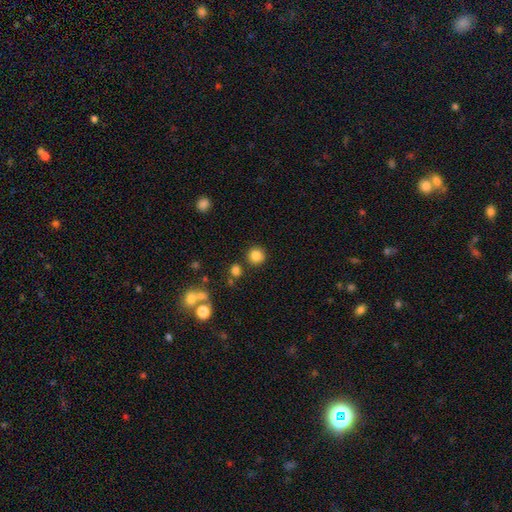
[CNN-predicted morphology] The model was most divided on "smooth or featured": smooth: 83%, star or artifact: 12%, featured or disk: 5%. More confident: how rounded — round (92%); merging — none (85%).